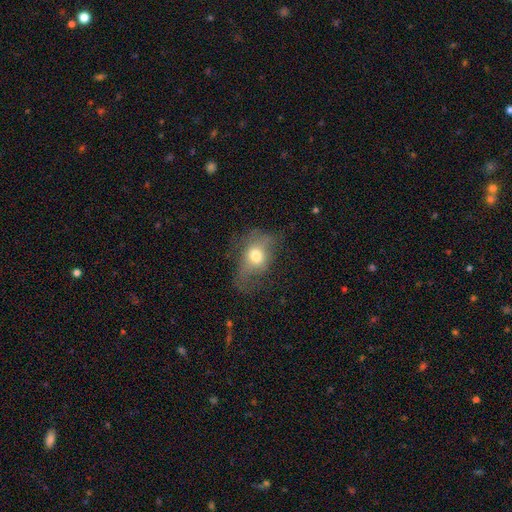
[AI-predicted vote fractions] This appears to be a smooth galaxy with no disk features (61%) that is in between round and cigar-shaped (64%). Merging: major disturbance (37%).